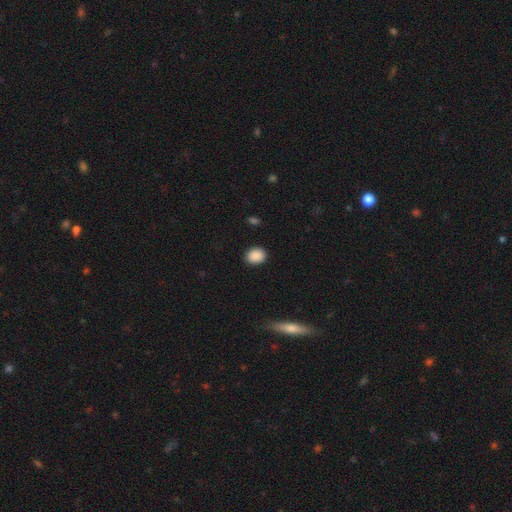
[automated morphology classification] Overall: smooth (89%). How rounded: in between (50%; round 49%). Merging: none (89%).